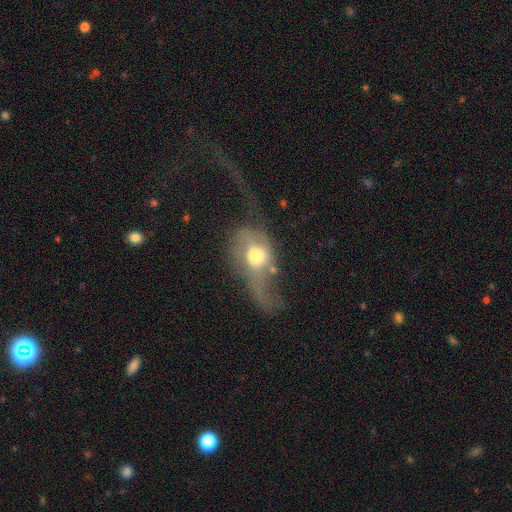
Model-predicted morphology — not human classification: A featured or disk galaxy (51%). Merging: major disturbance (65%).